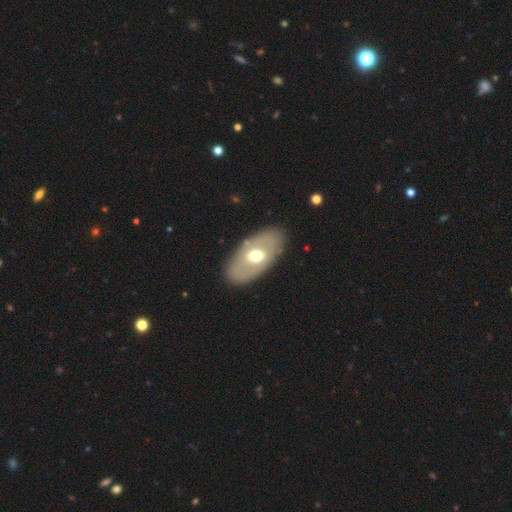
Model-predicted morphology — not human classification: This appears to be a featured or disk galaxy (53%). Merging: none (87%).